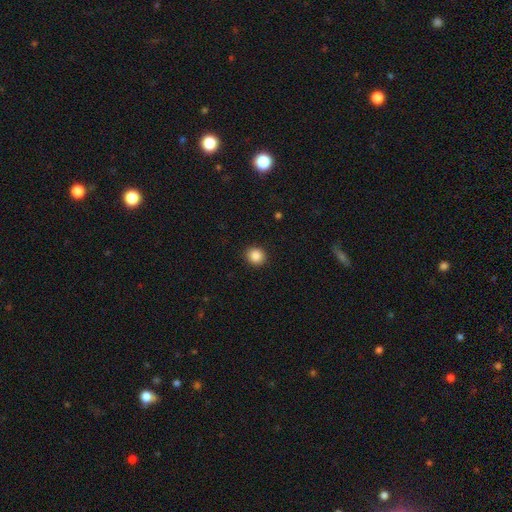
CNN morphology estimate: Smooth or featured? smooth (87%)
How rounded? round (82%)
Merging? none (91%)